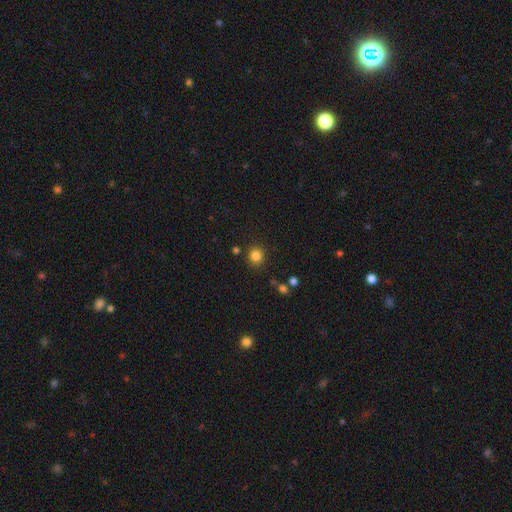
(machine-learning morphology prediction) Overall: smooth (84%). How rounded: round (88%). Merging: none (86%).